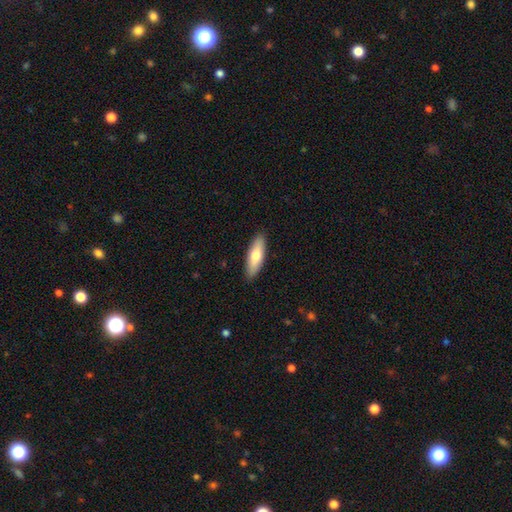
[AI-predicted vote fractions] smooth 71%, featured or disk 23%, star or artifact 5%. Down the decision tree: how rounded — in between (56%); merging — none (89%).